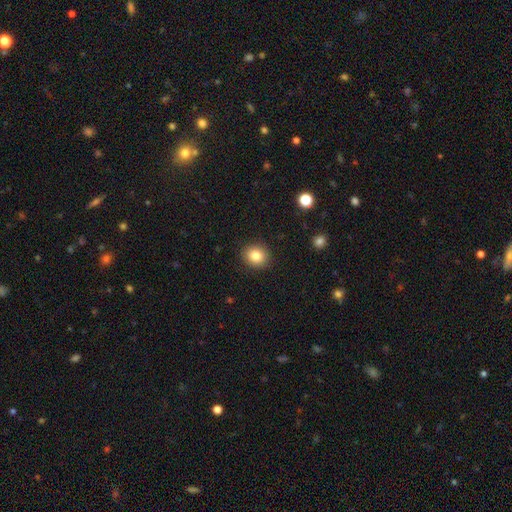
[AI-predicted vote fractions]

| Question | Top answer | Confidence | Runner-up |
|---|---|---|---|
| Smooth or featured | smooth | 83% | star or artifact (10%) |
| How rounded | round | 75% | in between (24%) |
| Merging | none | 90% | minor disturbance (7%) |